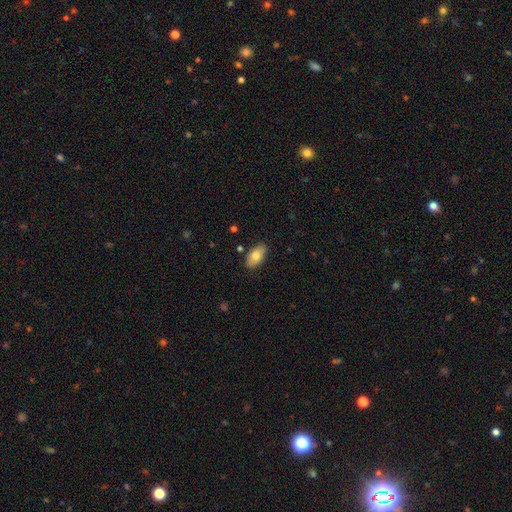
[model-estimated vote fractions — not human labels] The model was most divided on "smooth or featured": smooth: 77%, featured or disk: 16%, star or artifact: 7%. More confident: how rounded — in between (93%); merging — none (87%).